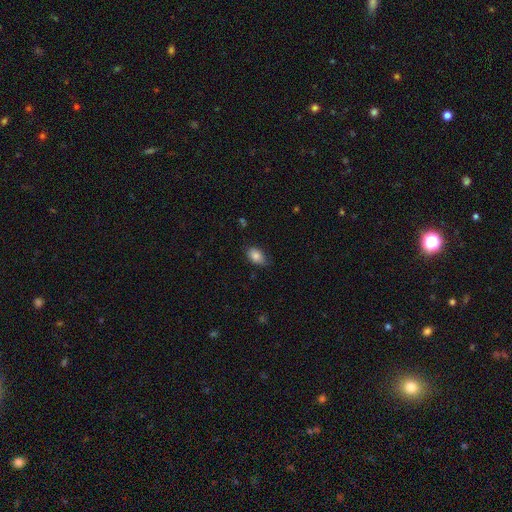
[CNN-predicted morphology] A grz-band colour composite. It shows a smooth galaxy with no disk features (85%) that is in between round and cigar-shaped (89%). Merging: none (74%).